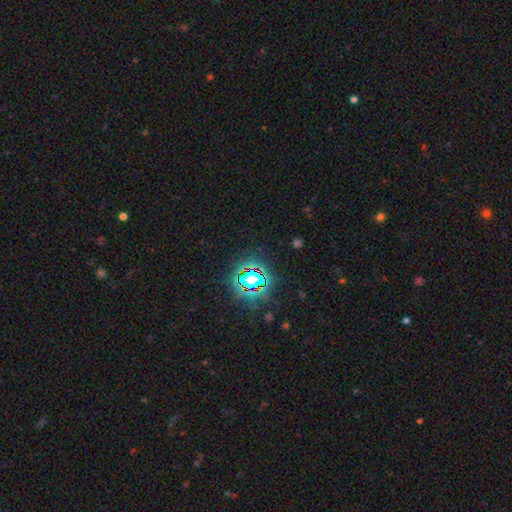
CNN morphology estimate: Smooth or featured? star or artifact (81%)